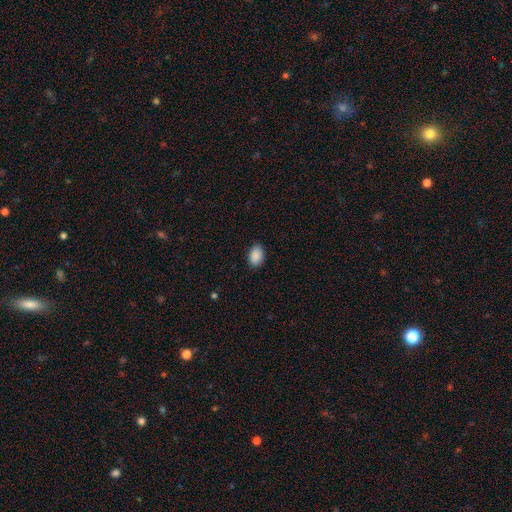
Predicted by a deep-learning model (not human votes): Smooth or featured? Predicted: smooth (p=0.90). How rounded? Predicted: in between (p=0.82). Merging? Predicted: none (p=0.88).